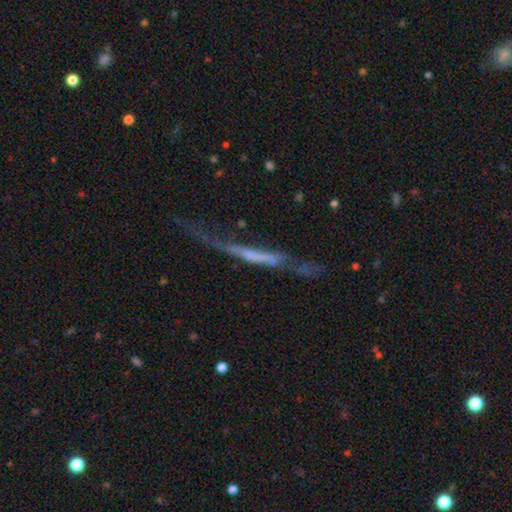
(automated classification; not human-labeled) This appears to be a featured or disk galaxy (61%) viewed edge-on (77%). Merging: major disturbance (35%).